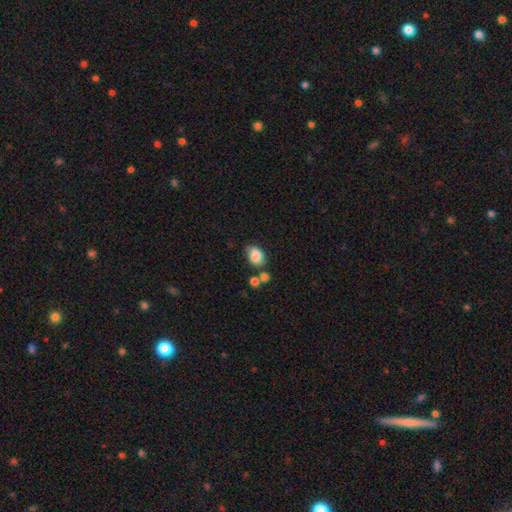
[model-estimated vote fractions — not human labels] smooth-or-featured: smooth: 82% | featured or disk: 9% | star or artifact: 9%
  how-rounded: in between: 71% | round: 28% | cigar-shaped: 1%
  merging: none: 47% | minor disturbance: 23% | merger: 22% | major disturbance: 9%